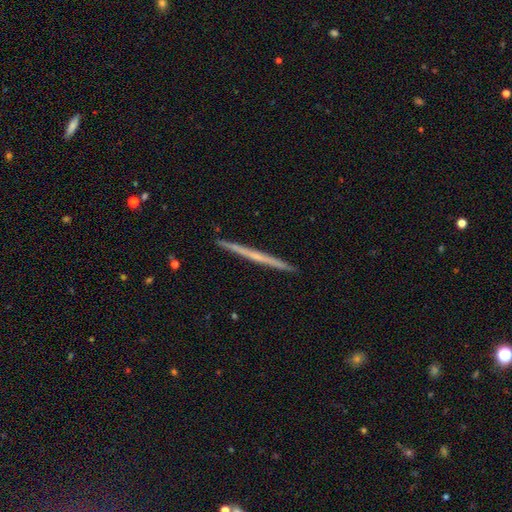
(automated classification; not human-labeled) Morphology: type=featured or disk (63%); edge-on=yes (98%); edge-on bulge=none (81%); merging=none (93%).